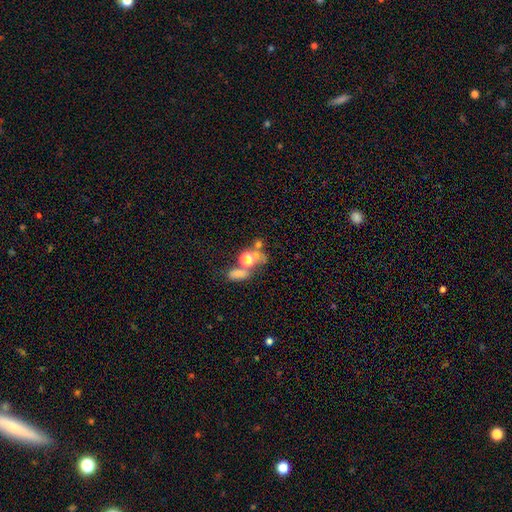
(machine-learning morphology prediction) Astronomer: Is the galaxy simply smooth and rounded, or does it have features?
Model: smooth — 55%.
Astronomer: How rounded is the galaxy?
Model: round — 57% (runner-up: in between, 39%).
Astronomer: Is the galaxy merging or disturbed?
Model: merger — 42% (runner-up: none, 37%).